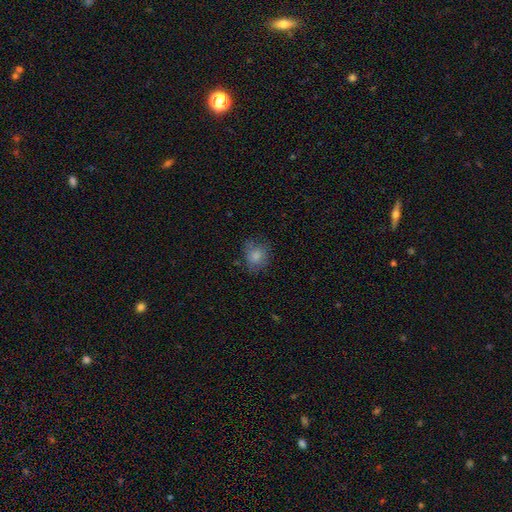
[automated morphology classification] This is clearly a smooth galaxy (80%). How rounded: likely round (63%). Merging: likely none (69%).